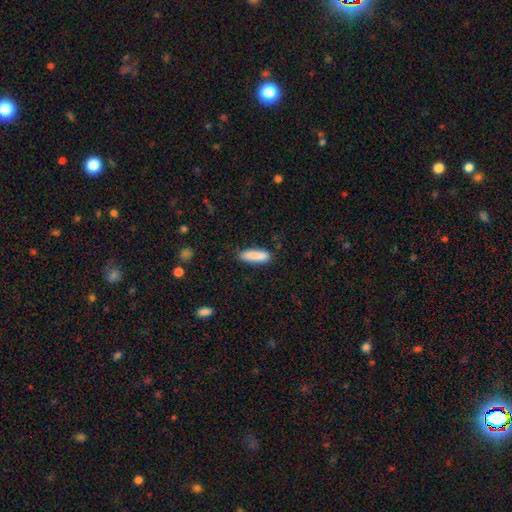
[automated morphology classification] Q: Smooth or featured?
A: smooth (88%); runner-up: star or artifact (6%)
Q: How rounded?
A: cigar-shaped (56%); runner-up: in between (43%)
Q: Merging?
A: none (84%); runner-up: minor disturbance (12%)